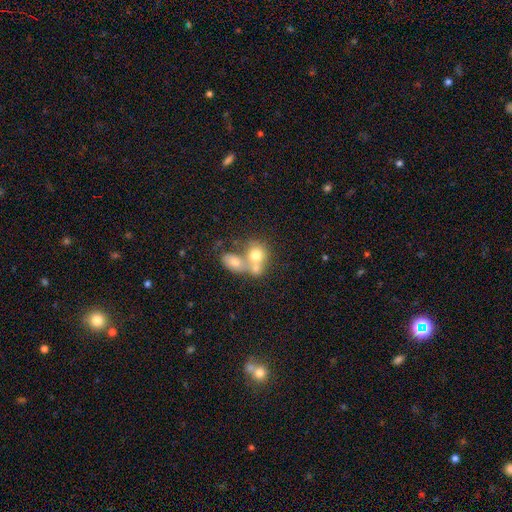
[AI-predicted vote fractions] Smooth or featured: smooth — 69% (featured or disk — 21%)
How rounded: round — 60% (in between — 39%)
Merging: merger — 65% (none — 23%)